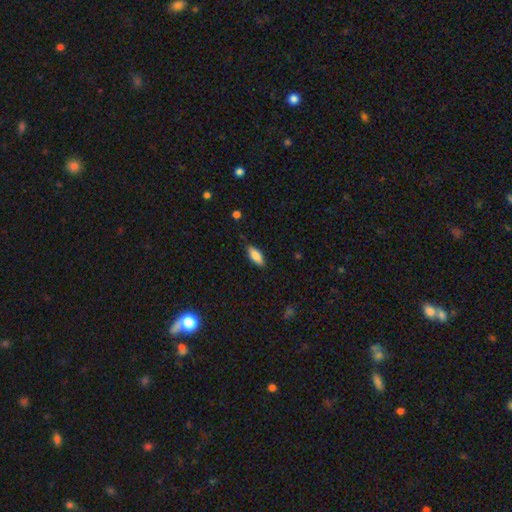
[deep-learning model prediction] Q: Smooth or featured?
A: smooth (82%); runner-up: featured or disk (11%)
Q: How rounded?
A: in between (76%); runner-up: cigar-shaped (22%)
Q: Merging?
A: none (83%); runner-up: minor disturbance (13%)